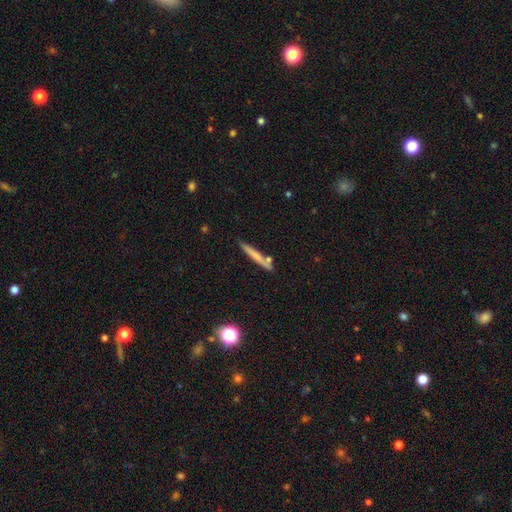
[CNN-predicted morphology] The model was most divided on "smooth or featured": smooth: 63%, featured or disk: 30%, star or artifact: 7%. More confident: how rounded — cigar-shaped (95%); merging — none (76%).